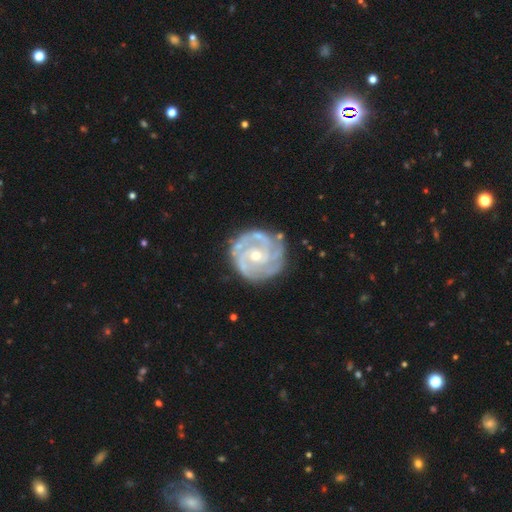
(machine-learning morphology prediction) This appears to be a featured or disk galaxy (90%) with no bar (66%), 3 (39%) tight (67%) spiral arms (98%) and a small central bulge (56%). Merging: none (78%).